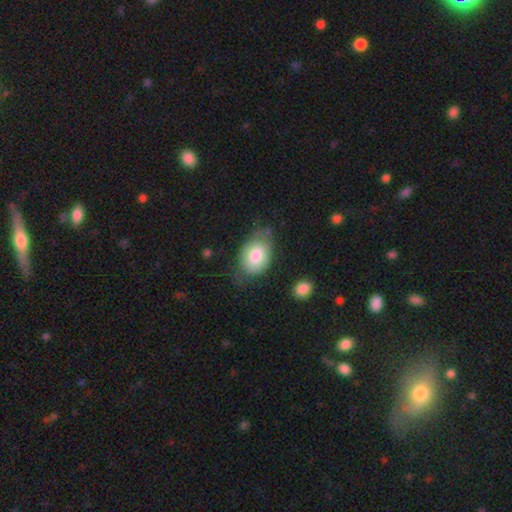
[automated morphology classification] type=smooth (76%); roundness=in between (81%); merging=none (49%).